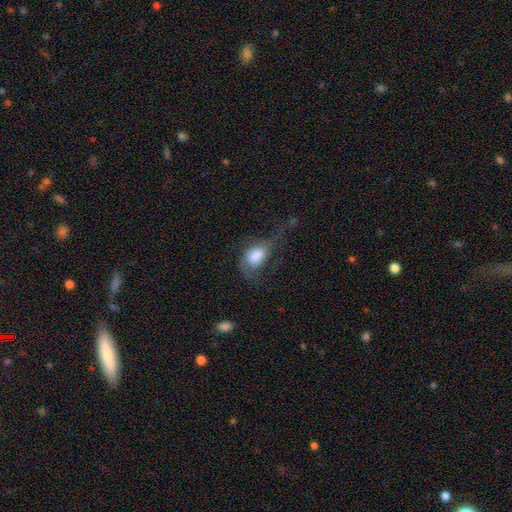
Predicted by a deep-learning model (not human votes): smooth_or_featured: smooth (p=0.60) [alt: featured or disk p=0.32]
how_rounded: in between (p=0.82) [alt: round p=0.16]
merging: major disturbance (p=0.56) [alt: minor disturbance p=0.21]